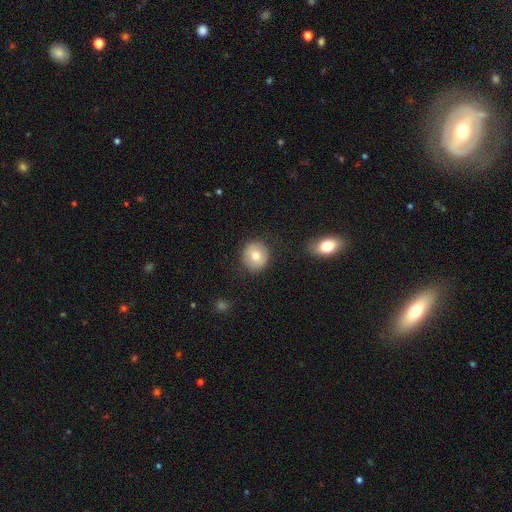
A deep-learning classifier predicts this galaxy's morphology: Smooth or featured? smooth (76%)
How rounded? round (87%)
Merging? none (86%)